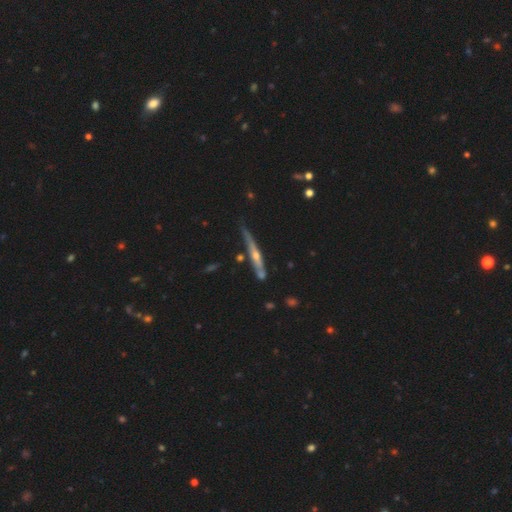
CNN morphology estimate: Smooth or featured? featured or disk (73%)
Edge-on disk? yes (95%)
Edge-on bulge? rounded (77%)
Merging? none (70%)